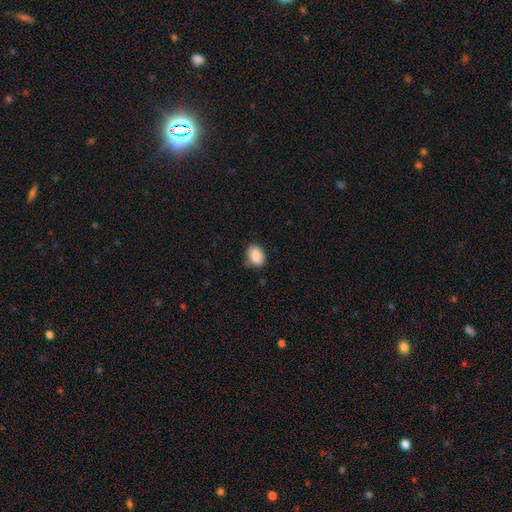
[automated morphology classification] type=smooth (88%); roundness=in between (74%); merging=none (75%).